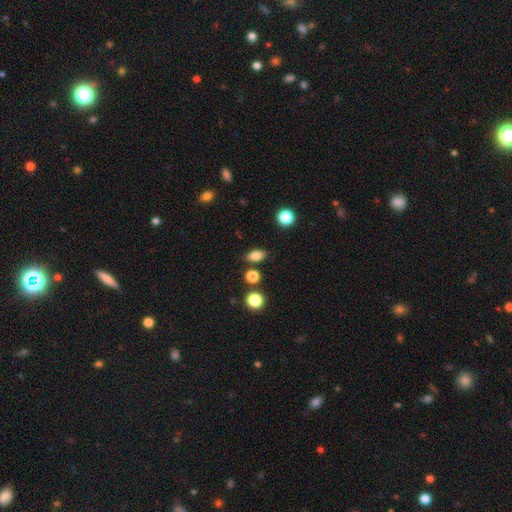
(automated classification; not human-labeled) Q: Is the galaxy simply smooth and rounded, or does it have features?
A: smooth — 82%.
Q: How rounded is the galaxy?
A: in between — 83%.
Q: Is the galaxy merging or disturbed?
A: none — 82%.